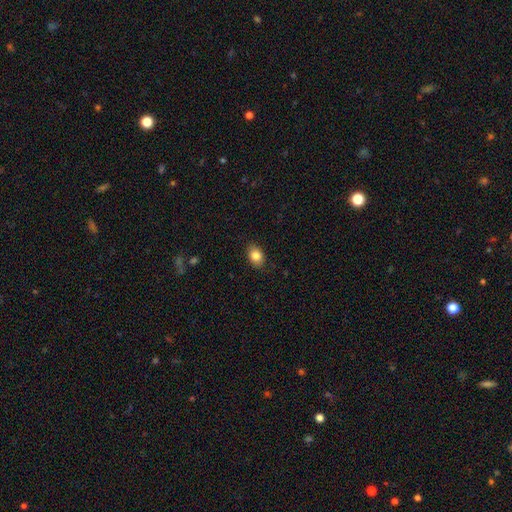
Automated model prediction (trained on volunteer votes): This is clearly a smooth galaxy (83%). How rounded: likely in between (79%). Merging: clearly none (87%).